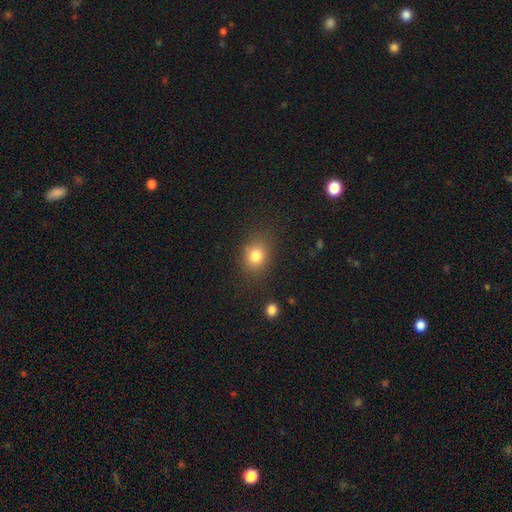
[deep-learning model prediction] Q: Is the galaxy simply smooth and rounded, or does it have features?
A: smooth — 81%.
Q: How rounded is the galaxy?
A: round — 53%.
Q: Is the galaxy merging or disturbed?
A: none — 80%.